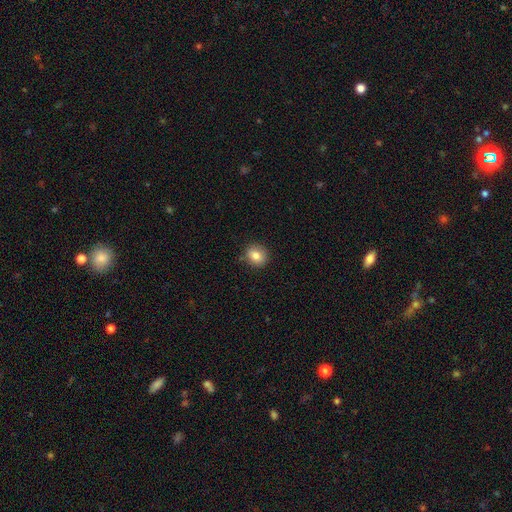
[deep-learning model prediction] This is clearly a smooth galaxy (81%). How rounded: likely round (73%). Merging: clearly none (86%).